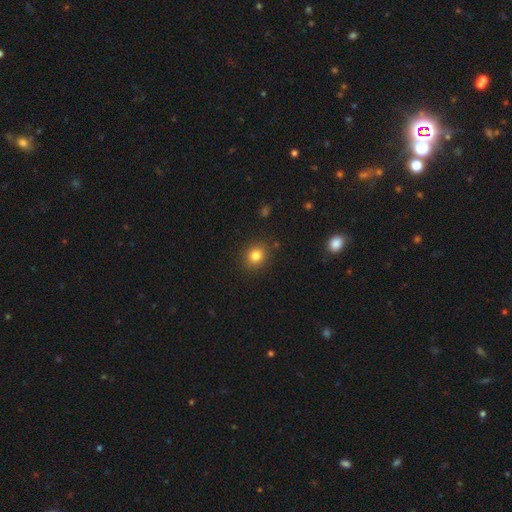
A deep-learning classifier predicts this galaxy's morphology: Smooth or featured?
  - smooth: 82% *
  - star or artifact: 12%
  - featured or disk: 6%
How rounded?
  - round: 77% *
  - in between: 22%
  - cigar-shaped: 1%
Merging?
  - none: 88% *
  - minor disturbance: 8%
  - major disturbance: 2%
  - merger: 2%